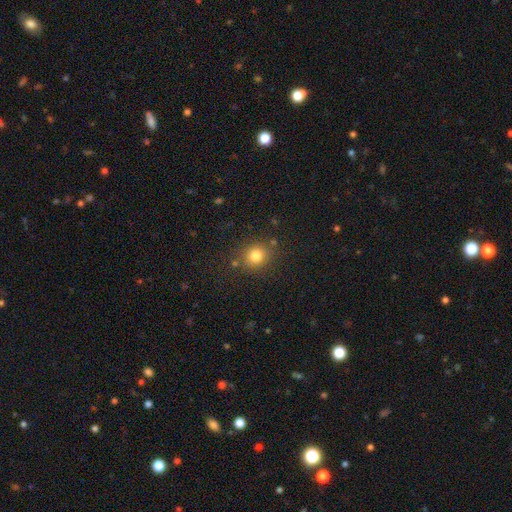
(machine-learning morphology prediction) The model was most divided on "how rounded": round: 81%, in between: 18%, cigar-shaped: 1%. More confident: merging — none (81%); smooth or featured — smooth (80%).